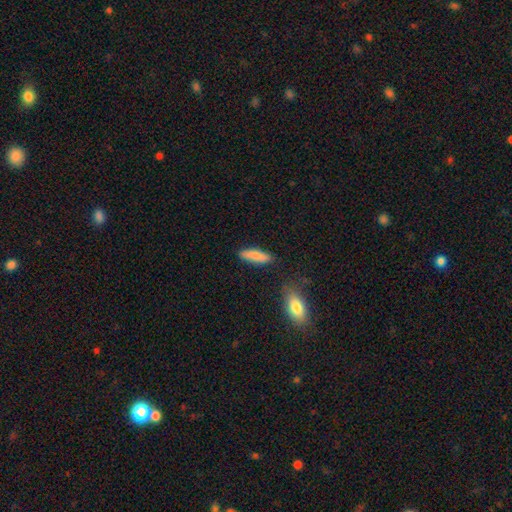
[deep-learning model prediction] smooth 84%, featured or disk 10%, star or artifact 6%. Down the decision tree: how rounded — cigar-shaped (56%); merging — none (83%).